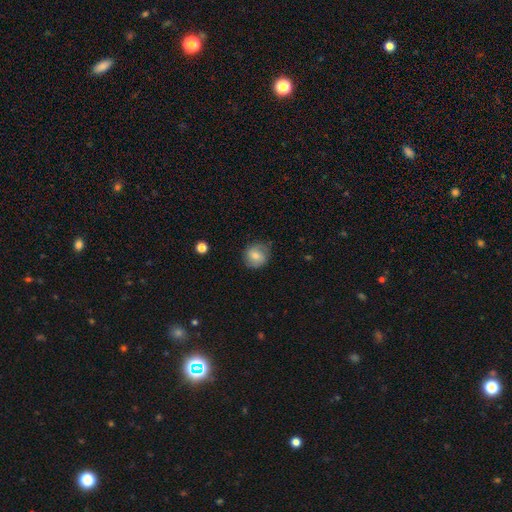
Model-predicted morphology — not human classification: A smooth galaxy with no disk features (69%) that is round (85%). Merging: none (73%).